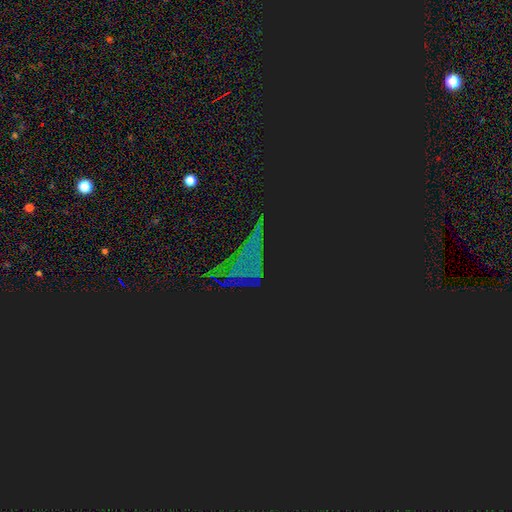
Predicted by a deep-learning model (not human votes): A star or artifact, not a galaxy (73%).

Vote fractions:
- Smooth or featured? star or artifact: 73% / smooth: 14% / featured or disk: 13%